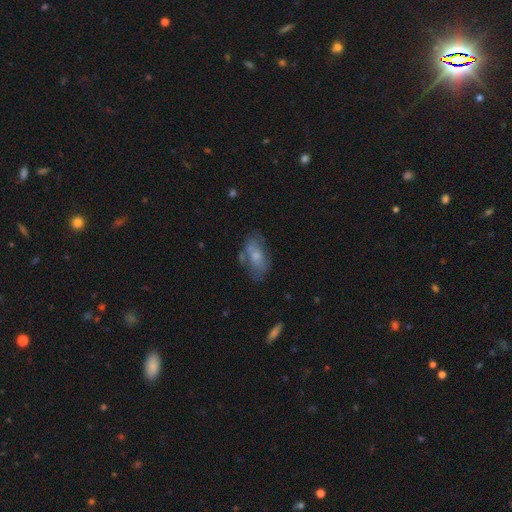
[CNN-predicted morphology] A smooth galaxy with no disk features (55%) that is in between round and cigar-shaped (87%).

Vote fractions:
- Smooth or featured? smooth: 55% / featured or disk: 36% / star or artifact: 8%
- How rounded? in between: 87% / cigar-shaped: 8% / round: 5%
- Merging? none: 49% / minor disturbance: 25% / merger: 13% / major disturbance: 13%